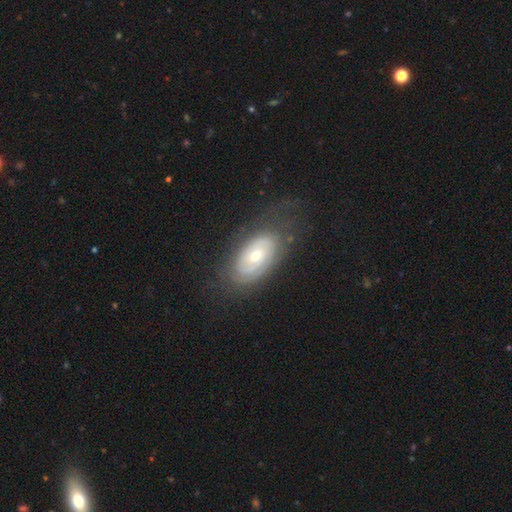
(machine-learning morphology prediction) type=featured or disk (66%); edge-on=no (92%); bar=no (81%); spiral arms=yes (65%); bulge=moderate (54%); merging=none (65%).